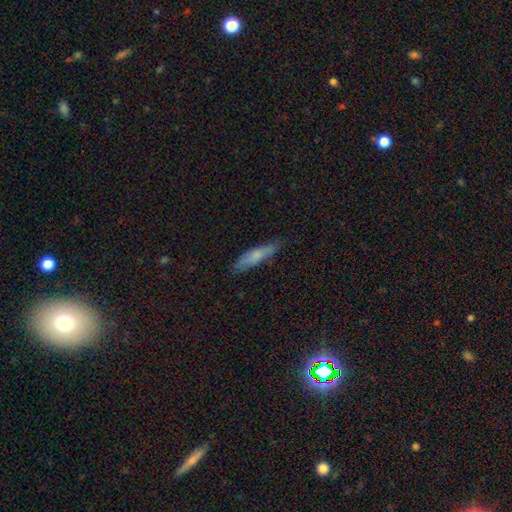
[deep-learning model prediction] Q: Smooth or featured?
A: smooth (71%); runner-up: featured or disk (23%)
Q: How rounded?
A: cigar-shaped (78%); runner-up: in between (20%)
Q: Merging?
A: none (77%); runner-up: minor disturbance (18%)